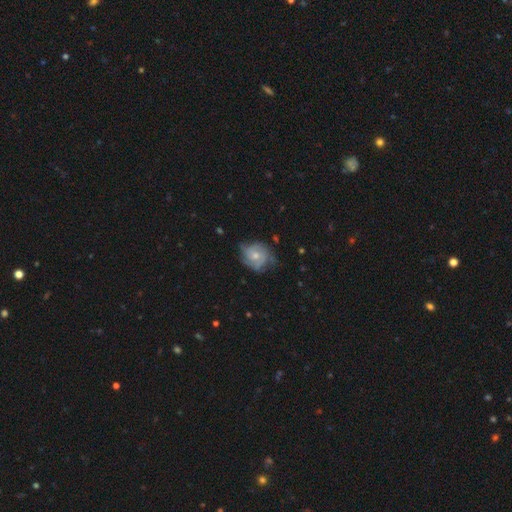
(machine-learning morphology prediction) smooth_or_featured: featured or disk (p=0.58) [alt: smooth p=0.34]
disk_edge_on: no (p=0.97) [alt: yes p=0.03]
bar: no (p=0.79) [alt: weak p=0.18]
has_spiral_arms: yes (p=0.78) [alt: no p=0.22]
bulge_size: moderate (p=0.52) [alt: small p=0.43]
merging: none (p=0.53) [alt: minor disturbance p=0.32]